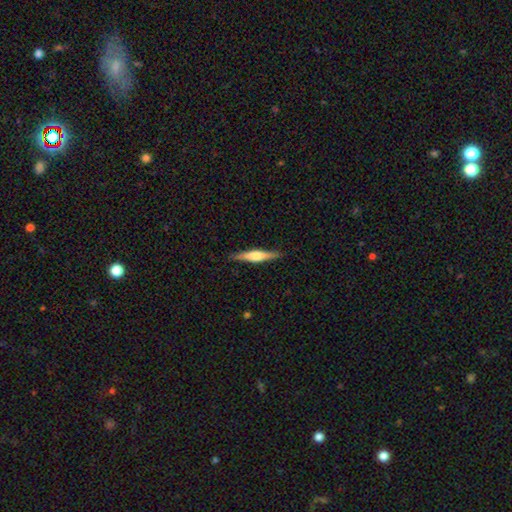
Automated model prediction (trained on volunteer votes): Smooth or featured: featured or disk — 52% (smooth — 42%)
Edge-on disk: yes — 96% (no — 4%)
Edge-on bulge: rounded — 75% (boxy — 16%)
Merging: none — 89% (minor disturbance — 8%)